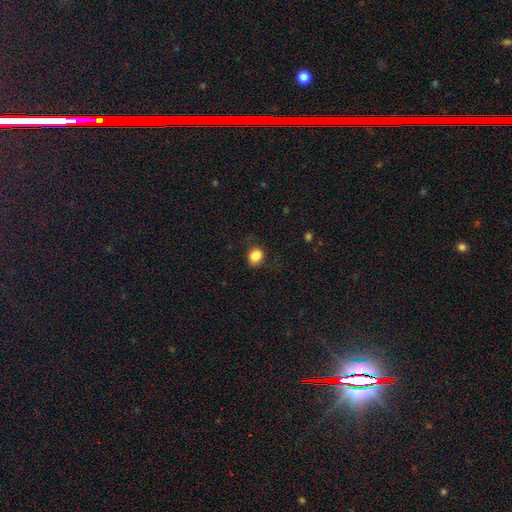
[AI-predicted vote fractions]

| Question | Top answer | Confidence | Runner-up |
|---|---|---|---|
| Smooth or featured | smooth | 86% | star or artifact (10%) |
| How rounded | round | 62% | in between (37%) |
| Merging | none | 82% | minor disturbance (13%) |